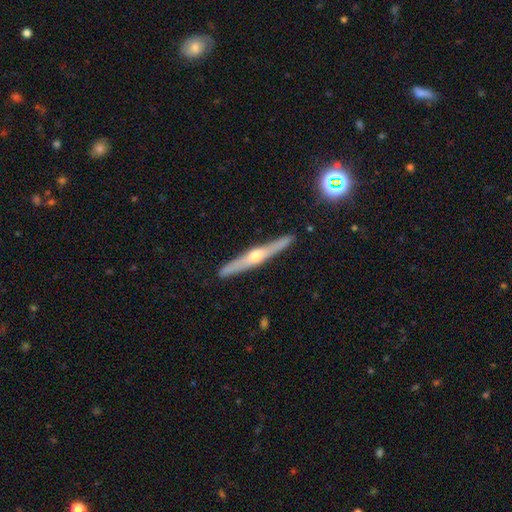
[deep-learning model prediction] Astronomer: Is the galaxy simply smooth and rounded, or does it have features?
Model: featured or disk — 74%.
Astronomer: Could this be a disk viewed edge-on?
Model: yes — 97%.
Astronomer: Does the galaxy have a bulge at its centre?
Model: rounded — 91%.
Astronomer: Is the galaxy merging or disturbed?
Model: none — 91%.